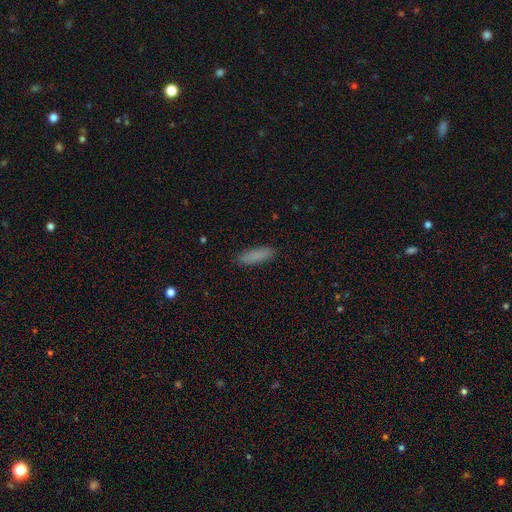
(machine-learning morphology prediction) Q: Smooth or featured?
A: smooth (86%); runner-up: star or artifact (7%)
Q: How rounded?
A: cigar-shaped (65%); runner-up: in between (34%)
Q: Merging?
A: none (88%); runner-up: minor disturbance (9%)